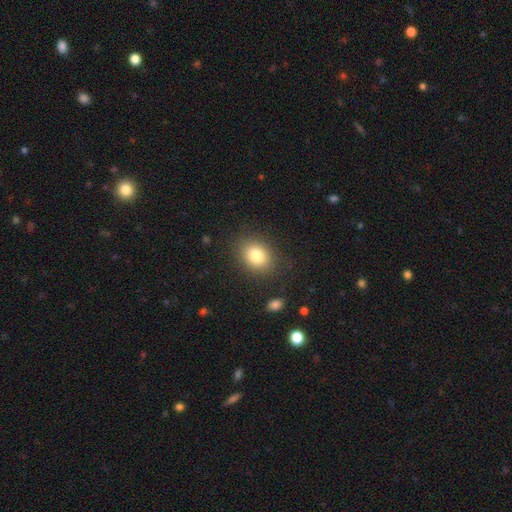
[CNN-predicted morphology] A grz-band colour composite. It shows a smooth galaxy with no disk features (81%) that is in between round and cigar-shaped (57%). Merging: none (85%).